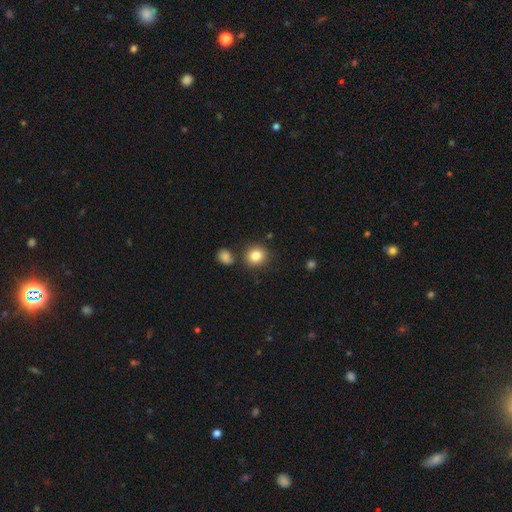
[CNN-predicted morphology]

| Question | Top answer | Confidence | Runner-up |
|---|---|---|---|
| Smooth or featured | smooth | 83% | star or artifact (10%) |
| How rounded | round | 84% | in between (15%) |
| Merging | none | 82% | minor disturbance (9%) |